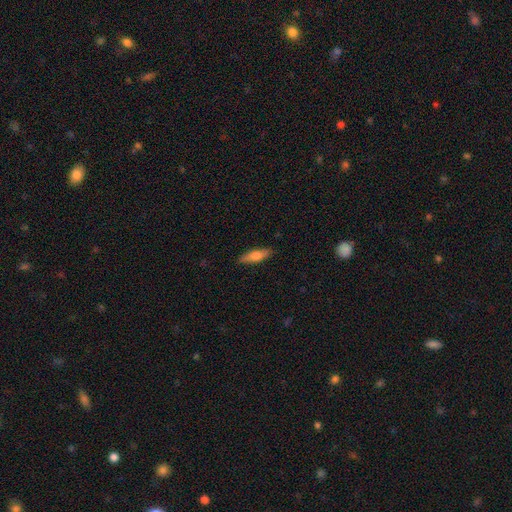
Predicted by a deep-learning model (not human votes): Smooth or featured: smooth — 71% (featured or disk — 23%)
How rounded: cigar-shaped — 58% (in between — 40%)
Merging: none — 87% (minor disturbance — 10%)